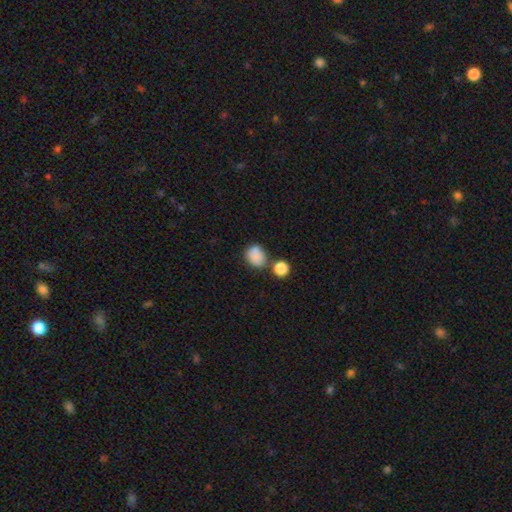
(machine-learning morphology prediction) The model was most divided on "how rounded" (2-way tie): round: 49%, in between: 49%, cigar-shaped: 1%. More confident: smooth or featured — smooth (83%); merging — none (57%).